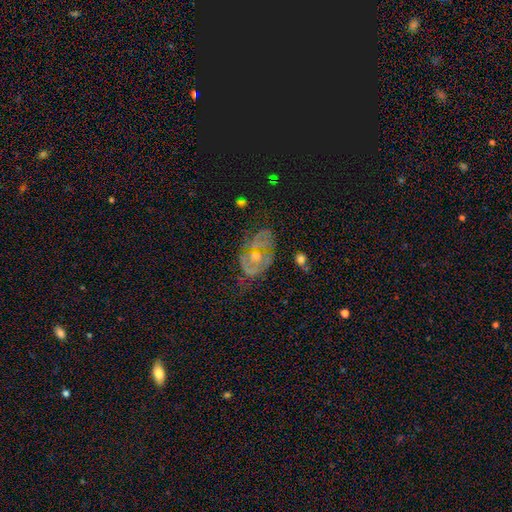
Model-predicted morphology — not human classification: The model was most divided on "bulge size": moderate: 49%, small: 45%, none: 3%, large: 2%, dominant: 1%. More confident: edge-on disk — no (96%); bar — no (78%); smooth or featured — featured or disk (69%); spiral arms — yes (63%); merging — none (56%).